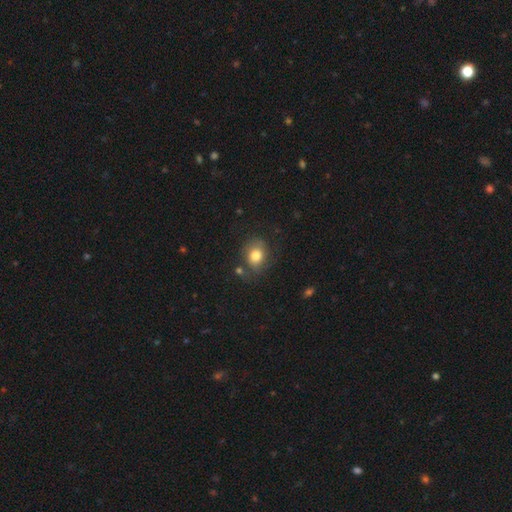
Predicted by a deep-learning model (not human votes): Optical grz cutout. It shows a smooth galaxy with no disk features (78%) that is round (54%). Merging: none (68%).